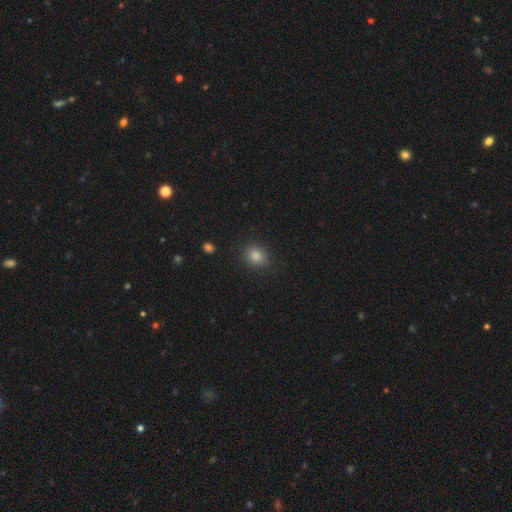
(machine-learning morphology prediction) A smooth galaxy with no disk features (82%) that is round (72%). Merging: none (88%).